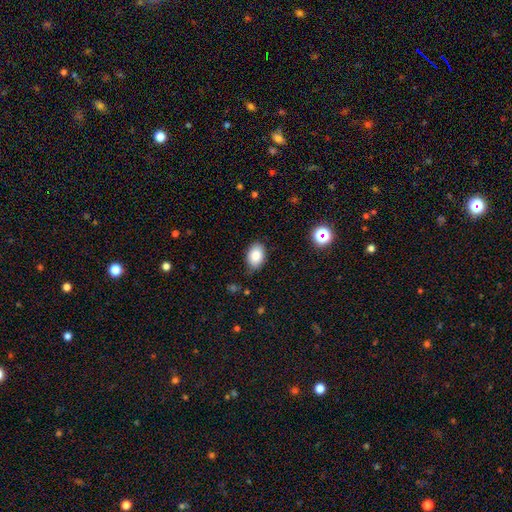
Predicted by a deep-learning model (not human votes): smooth_or_featured: smooth (p=0.86) [alt: star or artifact p=0.08]
how_rounded: in between (p=0.87) [alt: round p=0.12]
merging: none (p=0.83) [alt: minor disturbance p=0.13]